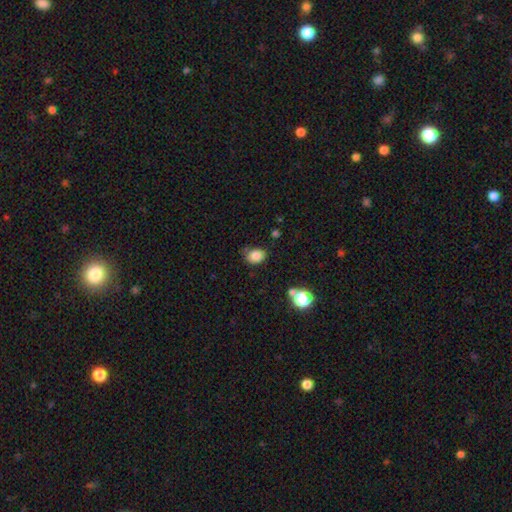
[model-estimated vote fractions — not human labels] This is clearly a smooth galaxy (83%). How rounded: likely in between (63%). Merging: likely none (67%).